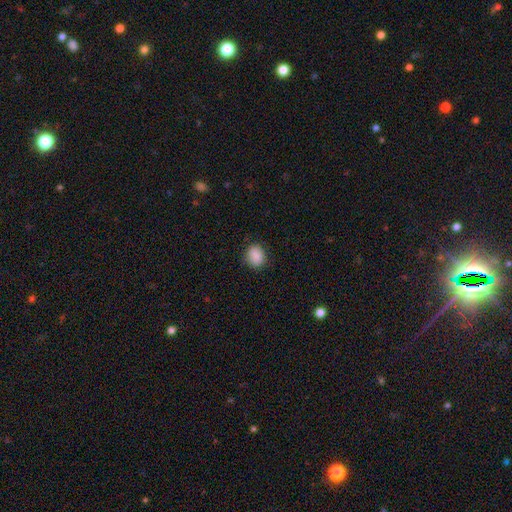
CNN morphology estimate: Smooth or featured? Predicted: smooth (p=0.89). How rounded? Predicted: round (p=0.59). Merging? Predicted: none (p=0.86).